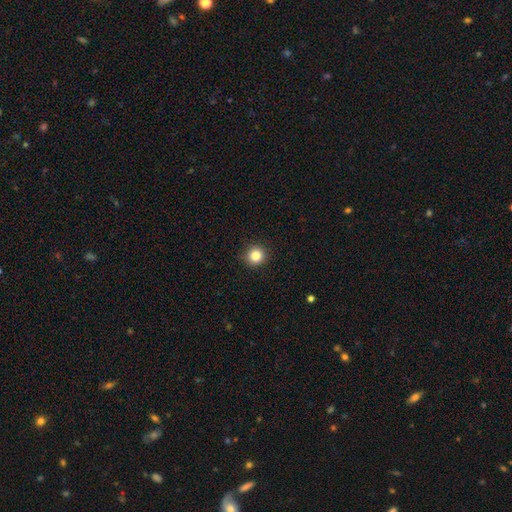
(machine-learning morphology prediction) smooth 84%, star or artifact 11%, featured or disk 5%. Down the decision tree: how rounded — round (93%); merging — none (92%).